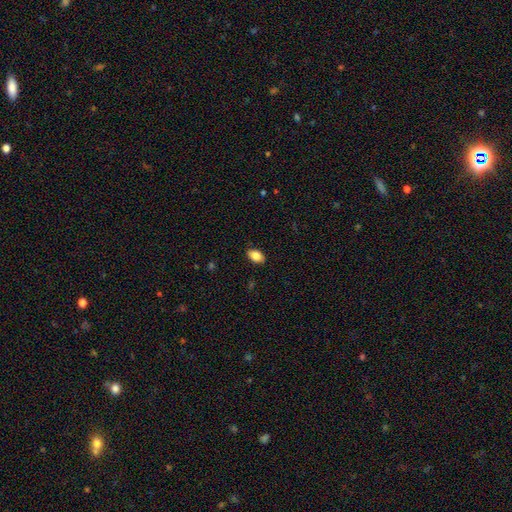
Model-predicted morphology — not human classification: Q: Smooth or featured?
A: smooth (84%); runner-up: featured or disk (8%)
Q: How rounded?
A: in between (90%); runner-up: round (8%)
Q: Merging?
A: none (87%); runner-up: minor disturbance (10%)